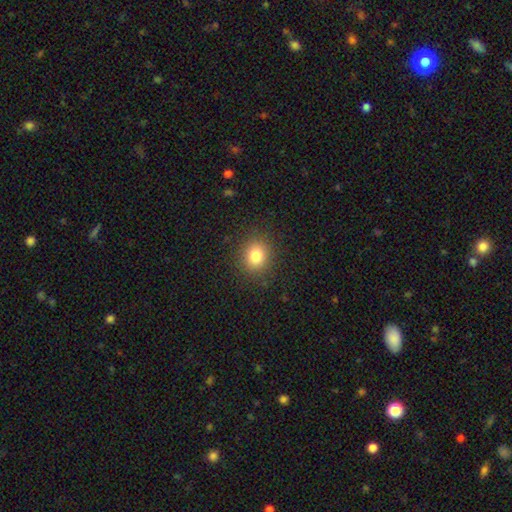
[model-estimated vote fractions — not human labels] The model was most divided on "how rounded": round: 75%, in between: 24%, cigar-shaped: 1%. More confident: merging — none (88%); smooth or featured — smooth (81%).